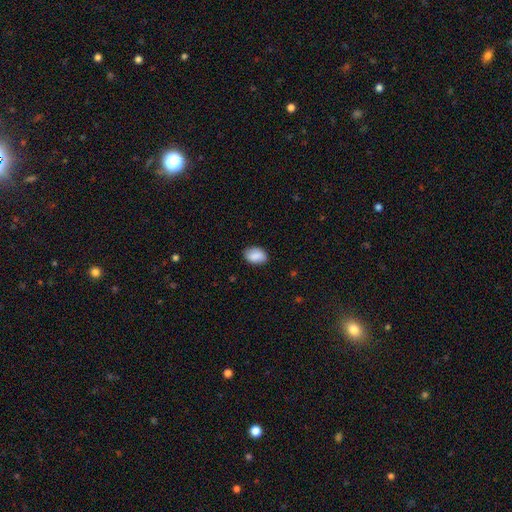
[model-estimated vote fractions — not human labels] Q: Smooth or featured?
A: smooth (86%); runner-up: star or artifact (7%)
Q: How rounded?
A: in between (85%); runner-up: round (14%)
Q: Merging?
A: none (82%); runner-up: minor disturbance (14%)